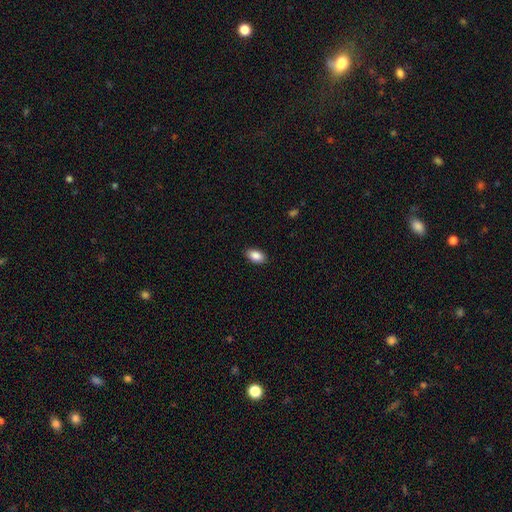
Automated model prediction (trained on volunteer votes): Overall: smooth (89%). How rounded: in between (93%). Merging: none (88%).